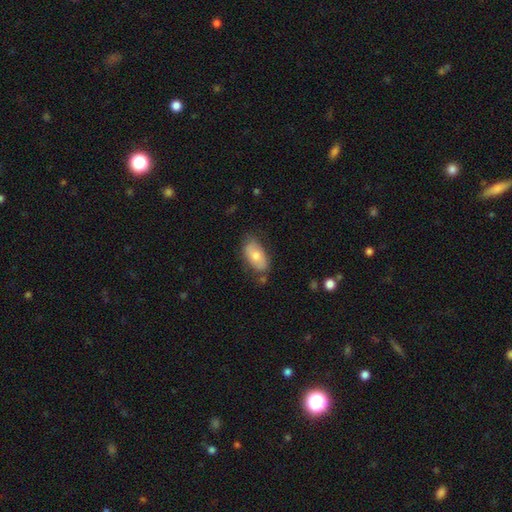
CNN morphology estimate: A smooth galaxy with no disk features (70%) that is in between round and cigar-shaped (93%). Merging: none (66%).